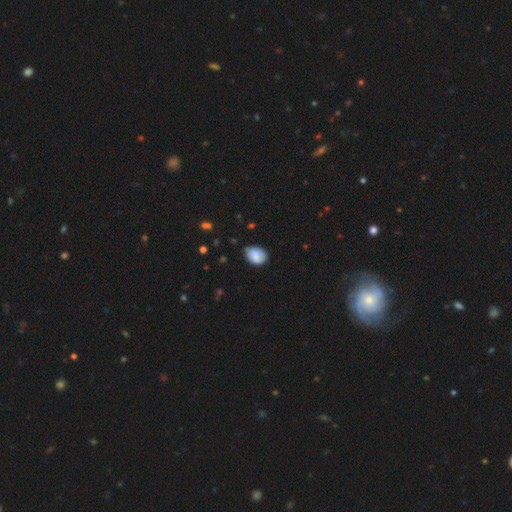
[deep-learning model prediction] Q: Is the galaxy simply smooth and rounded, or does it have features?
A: smooth — 84%.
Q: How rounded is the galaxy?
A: in between — 75%.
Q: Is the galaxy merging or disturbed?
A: none — 64%.